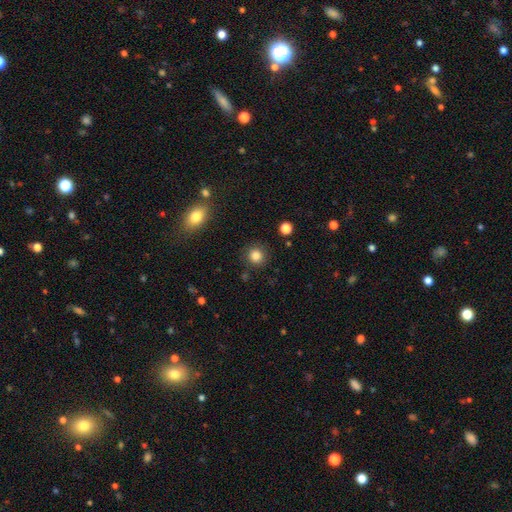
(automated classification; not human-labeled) Morphology: type=smooth (84%); roundness=round (91%); merging=none (88%).